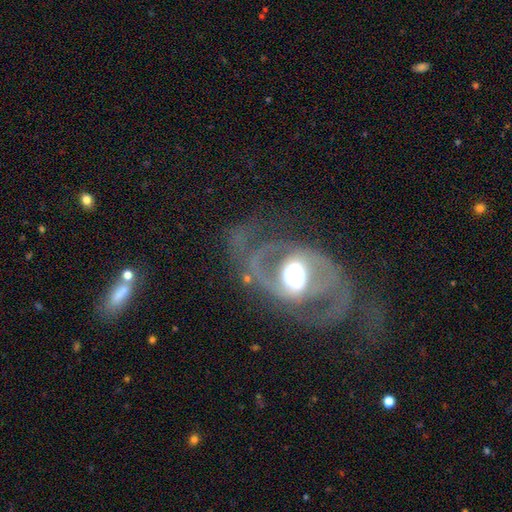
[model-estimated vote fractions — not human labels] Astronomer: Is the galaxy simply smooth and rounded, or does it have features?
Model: featured or disk — 90%.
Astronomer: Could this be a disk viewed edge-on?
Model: no — 97%.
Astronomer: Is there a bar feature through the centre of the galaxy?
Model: no — 44% (runner-up: weak, 36%).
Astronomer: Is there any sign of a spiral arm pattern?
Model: yes — 94%.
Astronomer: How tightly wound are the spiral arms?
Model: medium — 54%.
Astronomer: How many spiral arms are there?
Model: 2 — 88%.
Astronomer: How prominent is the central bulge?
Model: moderate — 48% (runner-up: large, 43%).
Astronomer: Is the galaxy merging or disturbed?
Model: none — 67%.